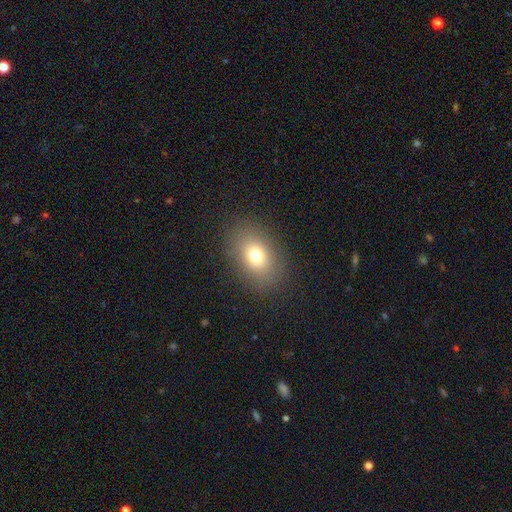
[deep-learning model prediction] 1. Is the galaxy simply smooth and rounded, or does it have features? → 74% smooth, 14% star or artifact, 12% featured or disk.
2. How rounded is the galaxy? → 74% in between, 25% round, 1% cigar-shaped.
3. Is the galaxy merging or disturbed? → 85% none, 9% minor disturbance, 4% major disturbance, 1% merger.